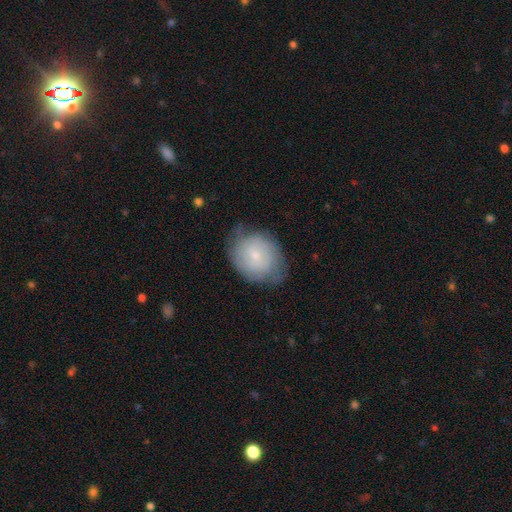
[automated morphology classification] Smooth or featured: smooth — 49% (featured or disk — 44%)
Merging: none — 64% (minor disturbance — 26%)